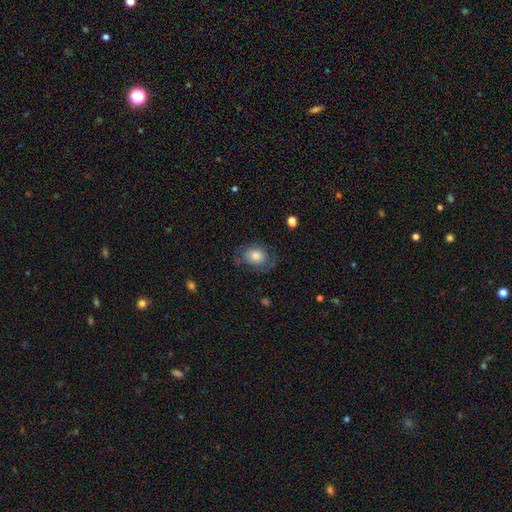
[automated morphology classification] smooth_or_featured: smooth (p=0.61) [alt: featured or disk p=0.30]
how_rounded: in between (p=0.54) [alt: round p=0.45]
merging: none (p=0.62) [alt: minor disturbance p=0.22]